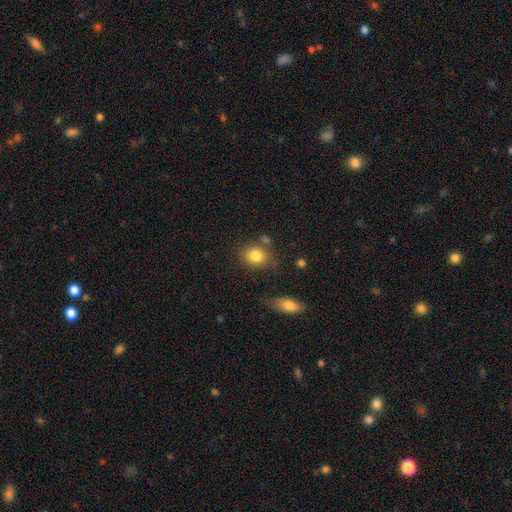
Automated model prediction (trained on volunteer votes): smooth-or-featured: smooth: 83% | star or artifact: 9% | featured or disk: 8%
  how-rounded: round: 58% | in between: 41% | cigar-shaped: 1%
  merging: none: 68% | minor disturbance: 16% | merger: 11% | major disturbance: 5%